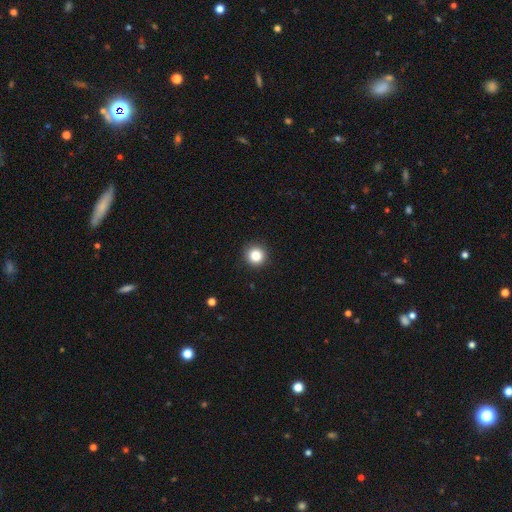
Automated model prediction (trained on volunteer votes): Morphology: type=smooth (84%); roundness=round (94%); merging=none (92%).